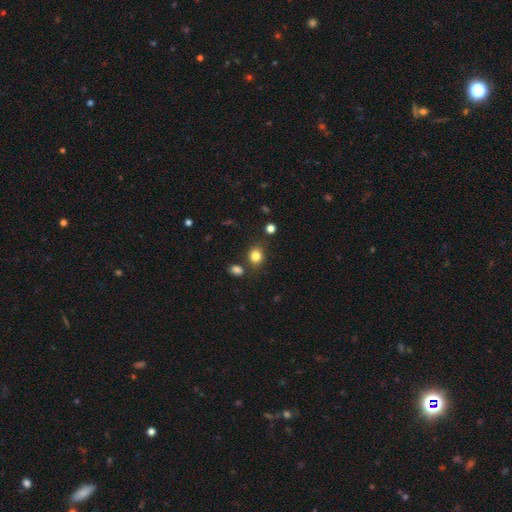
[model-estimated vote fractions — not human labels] Smooth or featured? Predicted: smooth (p=0.82). How rounded? Predicted: round (p=0.64). Merging? Predicted: none (p=0.77).